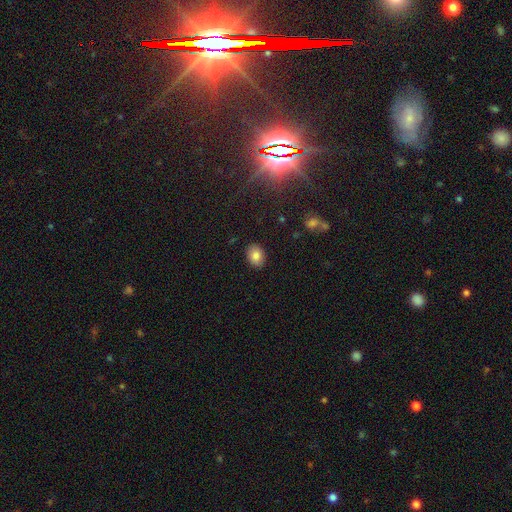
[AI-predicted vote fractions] The model was most divided on "how rounded": in between: 69%, round: 30%, cigar-shaped: 1%. More confident: merging — none (88%); smooth or featured — smooth (83%).